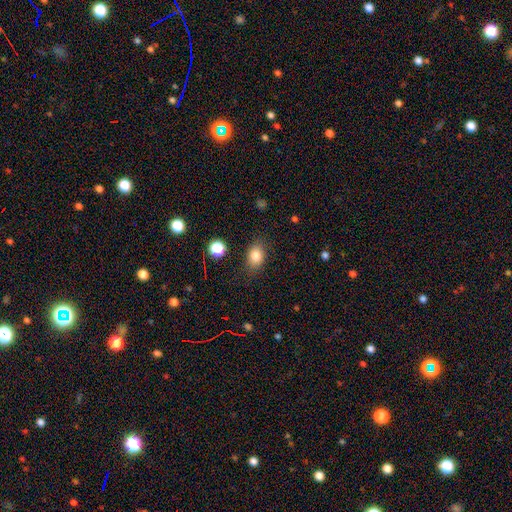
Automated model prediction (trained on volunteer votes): A smooth galaxy with no disk features (81%) that is in between round and cigar-shaped (74%). Merging: none (82%).